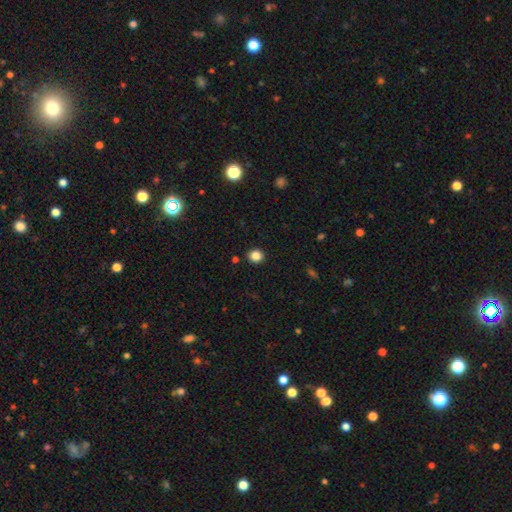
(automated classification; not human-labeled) Smooth or featured: smooth — 84% (star or artifact — 11%)
How rounded: round — 83% (in between — 16%)
Merging: none — 91% (minor disturbance — 5%)